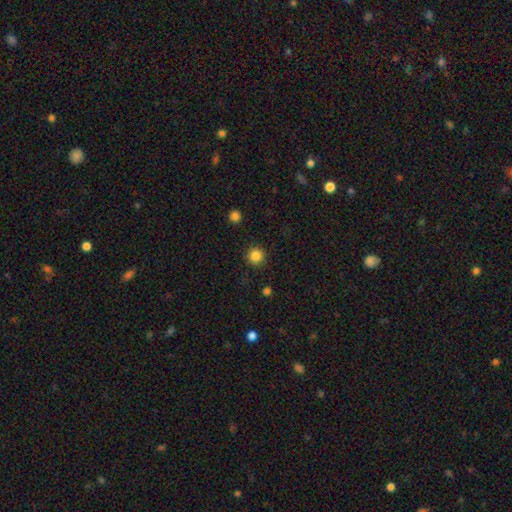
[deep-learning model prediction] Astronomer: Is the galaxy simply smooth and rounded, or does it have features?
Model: smooth — 85%.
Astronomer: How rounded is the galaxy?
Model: round — 95%.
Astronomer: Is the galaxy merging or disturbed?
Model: none — 91%.